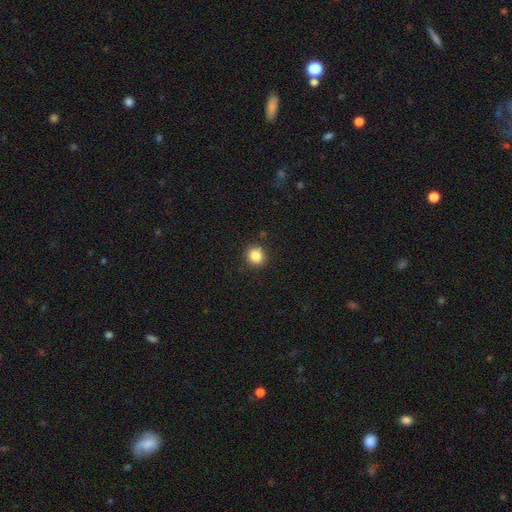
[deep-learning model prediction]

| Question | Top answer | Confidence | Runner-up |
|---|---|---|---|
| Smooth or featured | smooth | 85% | star or artifact (10%) |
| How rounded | round | 82% | in between (17%) |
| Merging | none | 89% | minor disturbance (7%) |